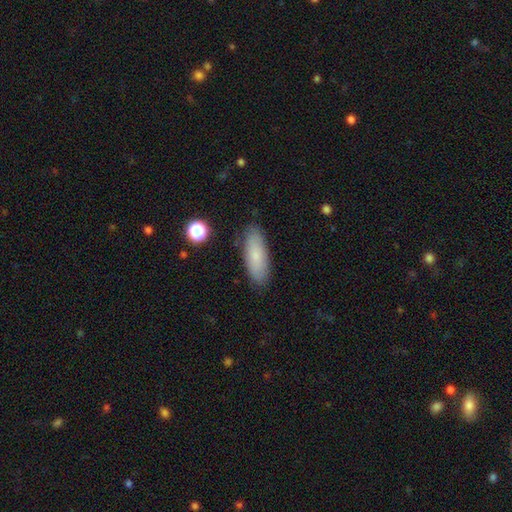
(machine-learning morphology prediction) Smooth or featured? smooth (80%)
How rounded? in between (61%)
Merging? none (85%)